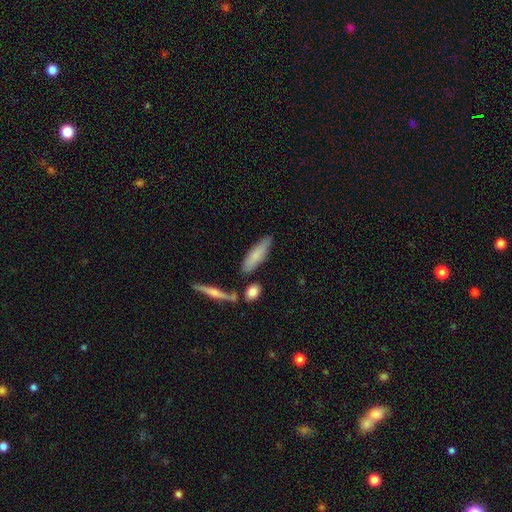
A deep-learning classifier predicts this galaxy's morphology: Smooth or featured: smooth — 73% (featured or disk — 21%)
How rounded: cigar-shaped — 63% (in between — 35%)
Merging: none — 73% (minor disturbance — 15%)